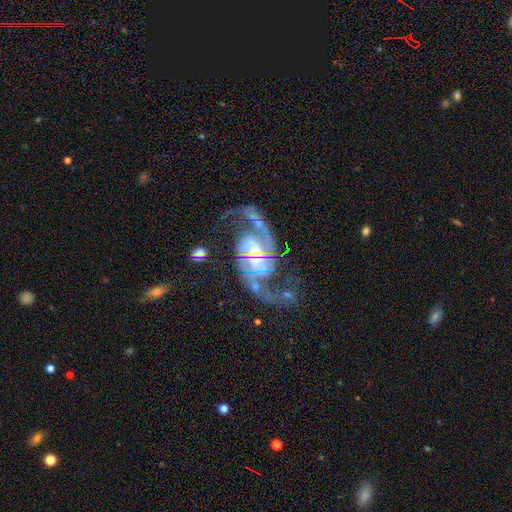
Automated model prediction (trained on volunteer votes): featured or disk 89%, star or artifact 7%, smooth 4%. Down the decision tree: edge-on disk — no (98%); bar — no (40%, tied with weak); spiral arms — yes (96%); spiral arm count — 2 (90%); spiral winding — loose (49%); bulge size — small (43%); merging — none (50%).